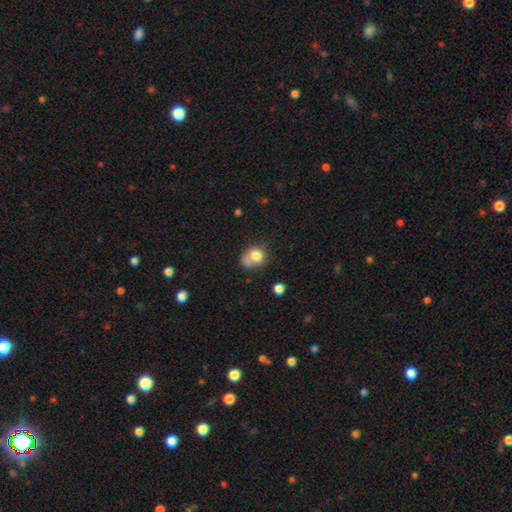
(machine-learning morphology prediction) A smooth galaxy with no disk features (76%) that is round (55%). Merging: none (34%).